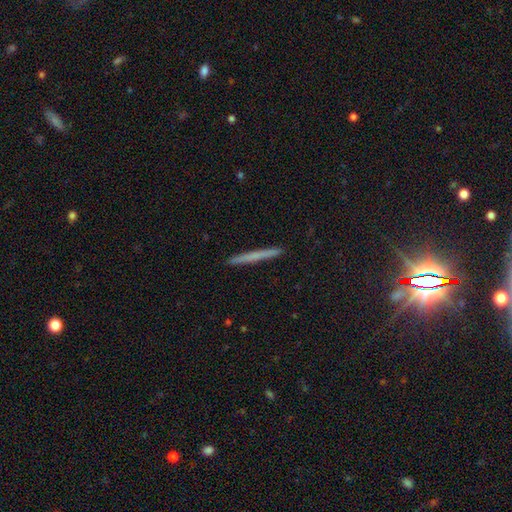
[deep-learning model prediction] A smooth galaxy with no disk features (57%) that is cigar-shaped (97%). Merging: none (93%).